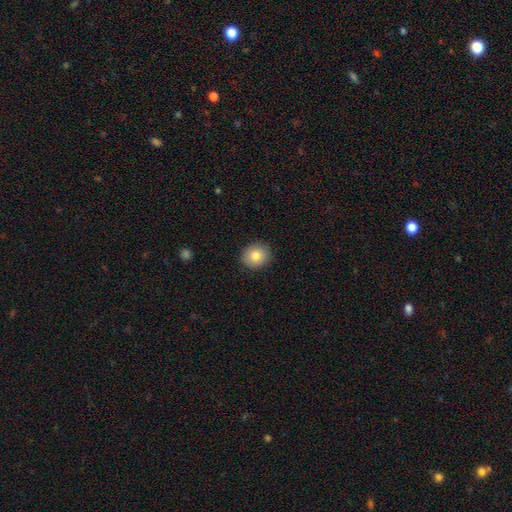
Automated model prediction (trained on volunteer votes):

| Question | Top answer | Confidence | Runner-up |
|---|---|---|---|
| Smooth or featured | smooth | 83% | featured or disk (8%) |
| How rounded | round | 80% | in between (19%) |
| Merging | none | 90% | minor disturbance (7%) |